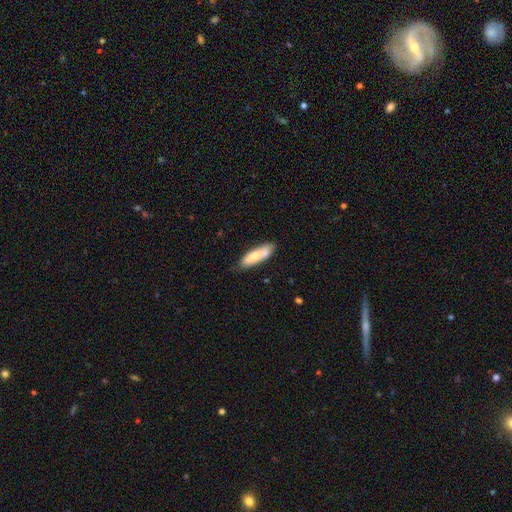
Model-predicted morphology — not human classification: smooth_or_featured: smooth (p=0.74) [alt: featured or disk p=0.20]
how_rounded: cigar-shaped (p=0.56) [alt: in between p=0.42]
merging: none (p=0.64) [alt: minor disturbance p=0.21]